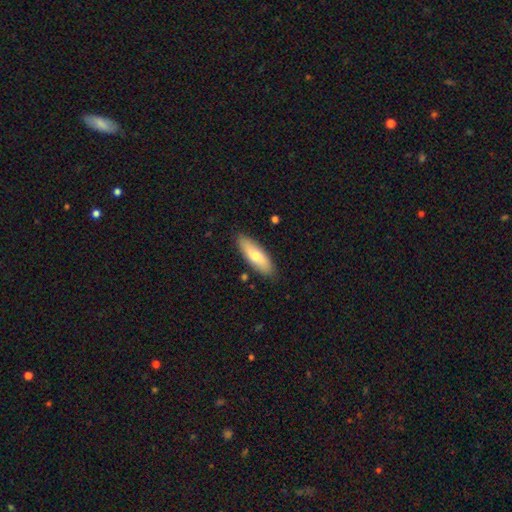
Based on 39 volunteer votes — Volunteers were most divided on "how rounded": in between: 61%, cigar-shaped: 35%, round: 4%. More confident: merging — none (89%); smooth or featured — smooth (59%).